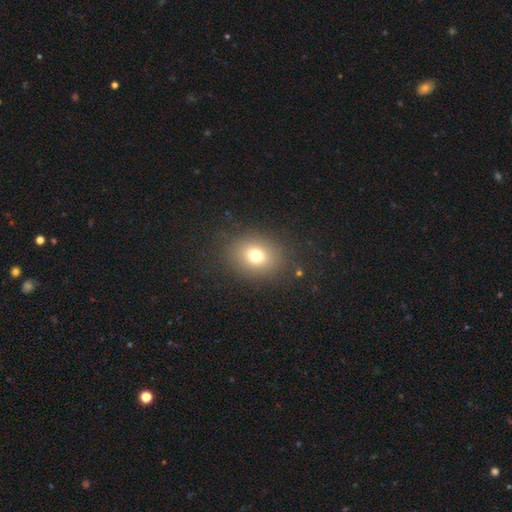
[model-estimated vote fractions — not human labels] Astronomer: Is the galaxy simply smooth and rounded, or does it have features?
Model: smooth — 74%.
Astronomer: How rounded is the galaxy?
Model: round — 58% (runner-up: in between, 41%).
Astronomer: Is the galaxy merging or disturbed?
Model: none — 85%.